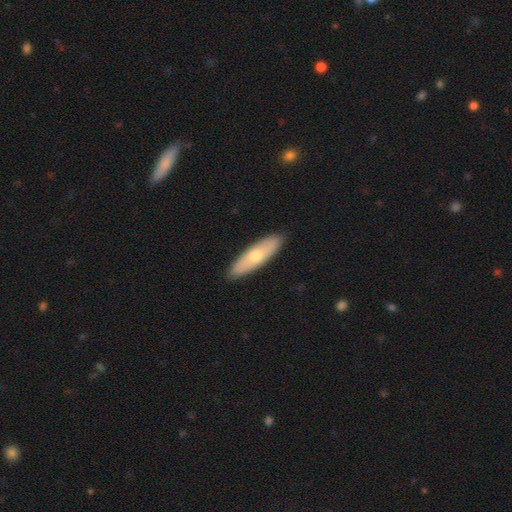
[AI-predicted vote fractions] This appears to be a smooth galaxy with no disk features (61%) that is cigar-shaped (55%). Merging: none (90%).